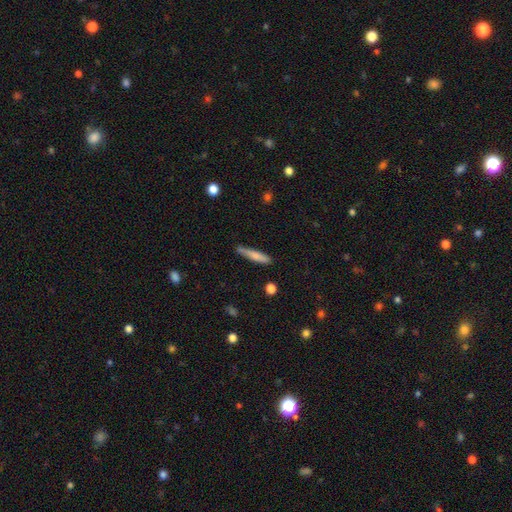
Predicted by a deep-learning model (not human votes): Smooth or featured? Predicted: smooth (p=0.75). How rounded? Predicted: cigar-shaped (p=0.90). Merging? Predicted: none (p=0.74).